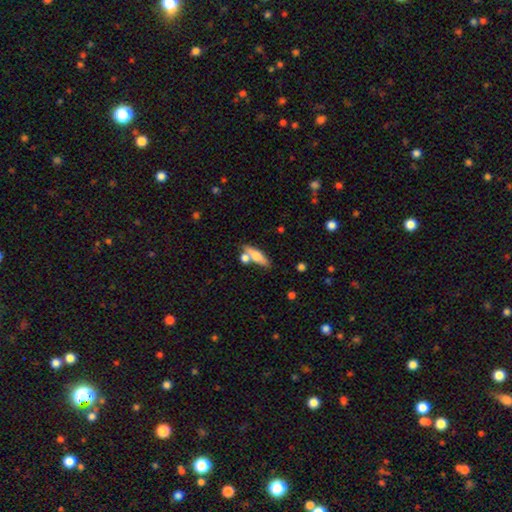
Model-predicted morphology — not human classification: Q: Smooth or featured?
A: smooth (66%); runner-up: featured or disk (27%)
Q: How rounded?
A: cigar-shaped (52%); runner-up: in between (45%)
Q: Merging?
A: none (58%); runner-up: merger (24%)